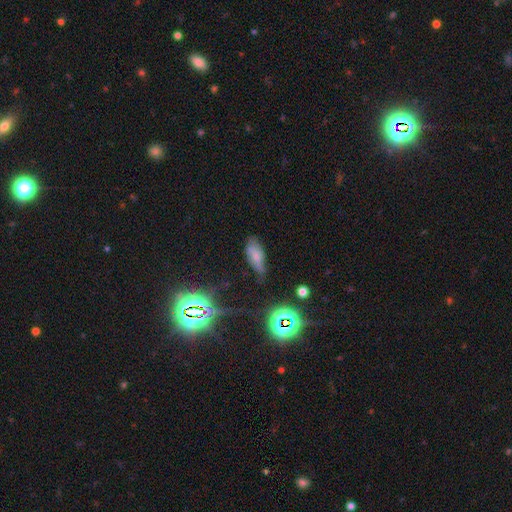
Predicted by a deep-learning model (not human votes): Smooth or featured? Predicted: smooth (p=0.61). How rounded? Predicted: in between (p=0.82). Merging? Predicted: none (p=0.54).